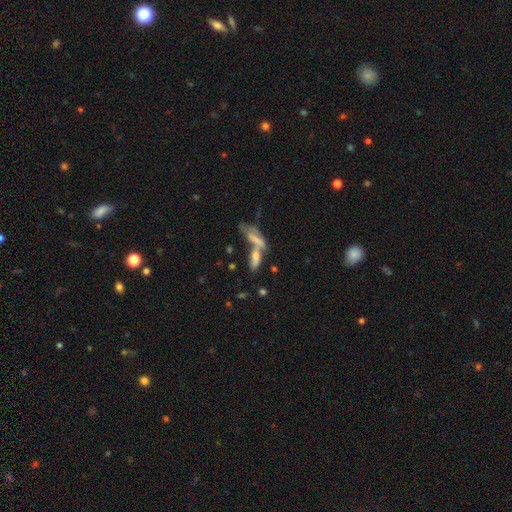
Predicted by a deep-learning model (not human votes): smooth_or_featured: smooth (p=0.53) [alt: featured or disk p=0.33]
how_rounded: cigar-shaped (p=0.54) [alt: in between p=0.42]
merging: merger (p=0.55) [alt: none p=0.30]